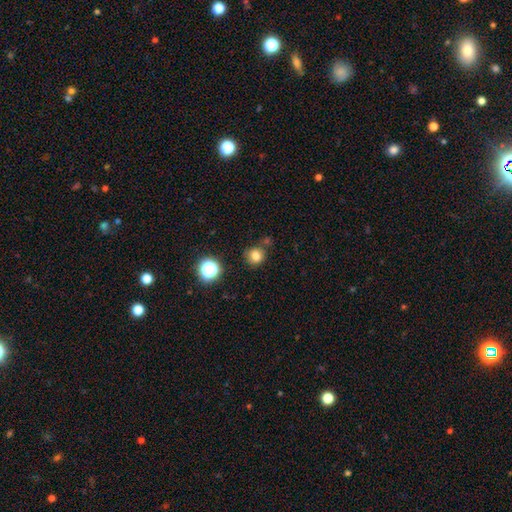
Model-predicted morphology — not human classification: Smooth or featured? Predicted: smooth (p=0.80). How rounded? Predicted: round (p=0.90). Merging? Predicted: none (p=0.78).